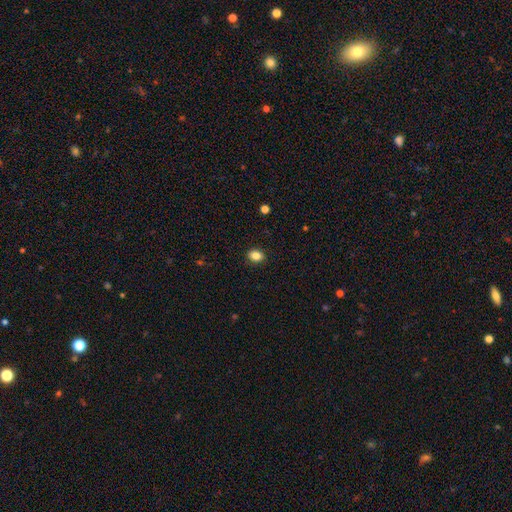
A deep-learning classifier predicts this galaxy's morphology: This is clearly a smooth galaxy (86%). How rounded: likely in between (63%). Merging: clearly none (89%).